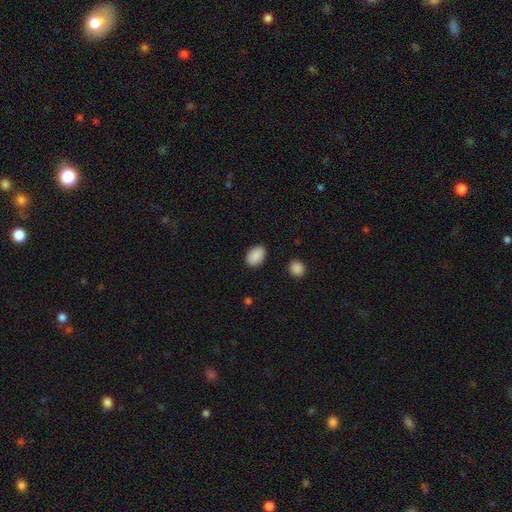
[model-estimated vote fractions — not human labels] Smooth or featured? smooth (90%)
How rounded? in between (87%)
Merging? none (88%)